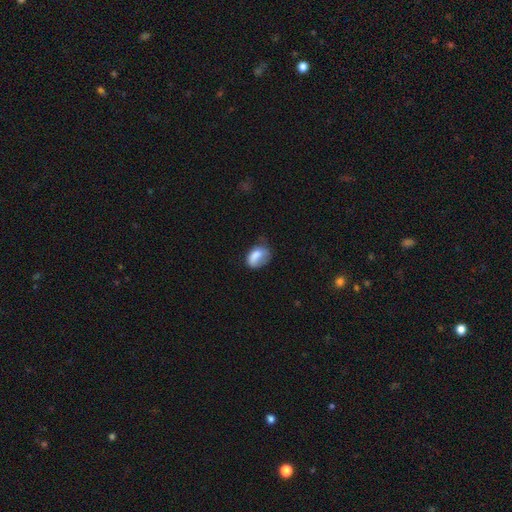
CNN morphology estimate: Smooth or featured?
  - smooth: 75% *
  - featured or disk: 17%
  - star or artifact: 8%
How rounded?
  - in between: 82% *
  - round: 16%
  - cigar-shaped: 2%
Merging?
  - none: 38% *
  - minor disturbance: 35%
  - major disturbance: 24%
  - merger: 3%